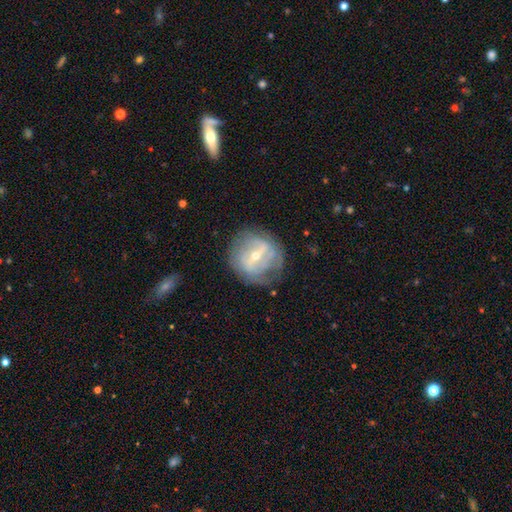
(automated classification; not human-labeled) The model was most divided on "bar": weak: 42%, strong: 38%, no: 19%. More confident: edge-on disk — no (95%); smooth or featured — featured or disk (73%); merging — none (71%); spiral arms — yes (69%); bulge size — small (59%).